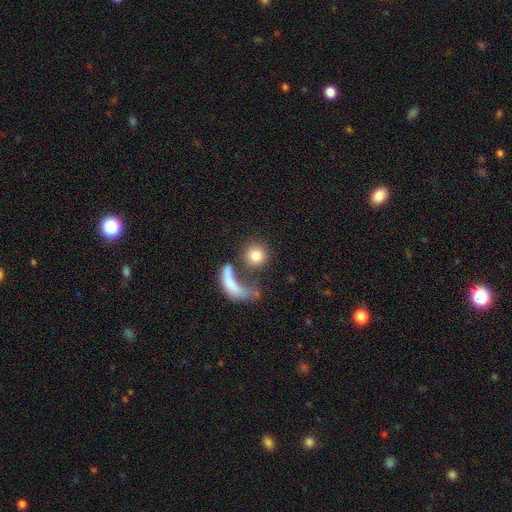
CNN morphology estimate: A smooth galaxy with no disk features (77%) that is round (85%).

Vote fractions:
- Smooth or featured? smooth: 77% / featured or disk: 14% / star or artifact: 9%
- How rounded? round: 85% / in between: 11% / cigar-shaped: 4%
- Merging? none: 45% / merger: 27% / major disturbance: 18% / minor disturbance: 10%